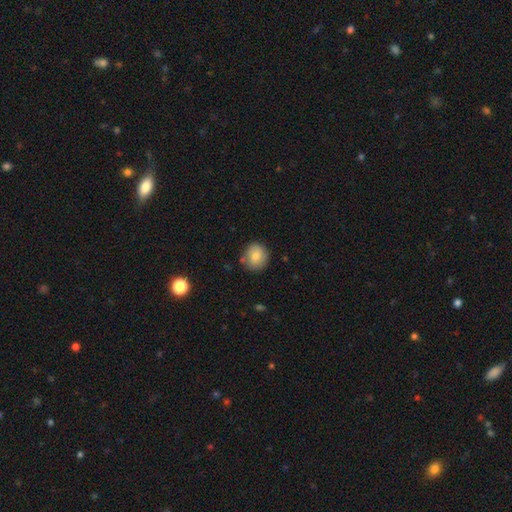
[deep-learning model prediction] This appears to be a smooth galaxy with no disk features (82%) that is round (83%). Merging: none (78%).